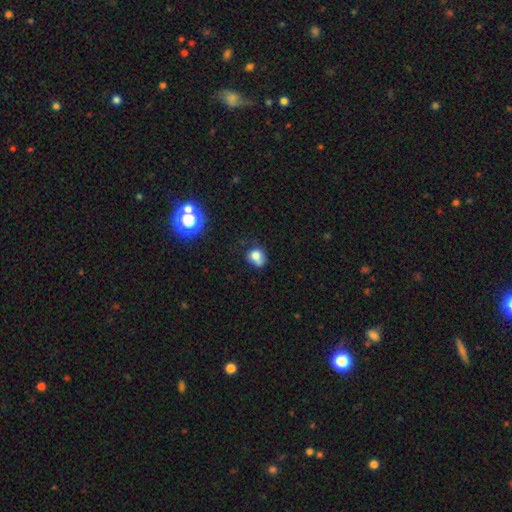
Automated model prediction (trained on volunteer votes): This appears to be a smooth galaxy with no disk features (73%) that is round (61%). Merging: none (43%).